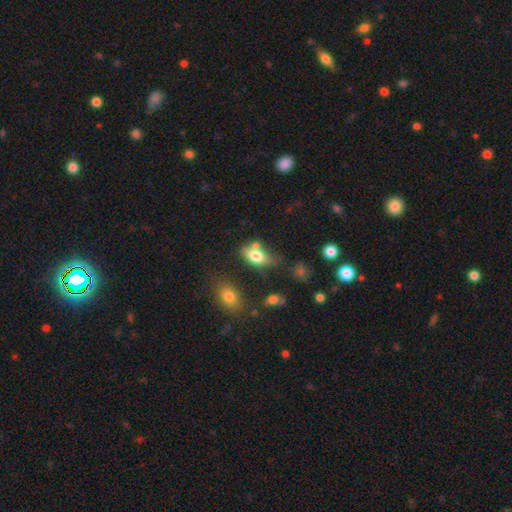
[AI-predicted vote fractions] smooth_or_featured: smooth (p=0.75) [alt: featured or disk p=0.16]
how_rounded: in between (p=0.87) [alt: round p=0.09]
merging: none (p=0.39) [alt: merger p=0.29]